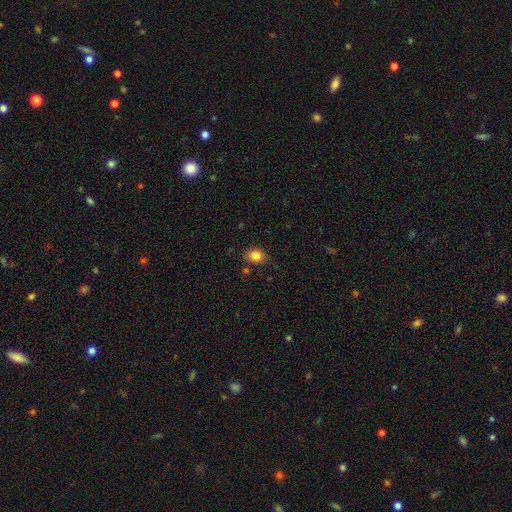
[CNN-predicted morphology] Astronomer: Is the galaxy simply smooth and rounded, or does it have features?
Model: smooth — 83%.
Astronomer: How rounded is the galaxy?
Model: in between — 56% (runner-up: round, 43%).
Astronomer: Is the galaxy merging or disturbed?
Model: none — 80%.